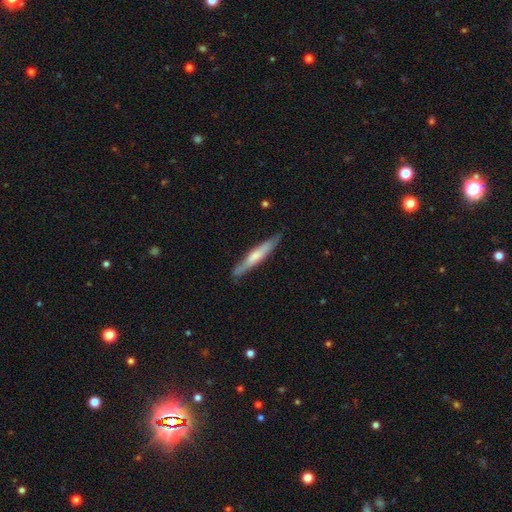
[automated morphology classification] A smooth galaxy with no disk features (51%) that is cigar-shaped (93%).

Vote fractions:
- Smooth or featured? smooth: 51% / featured or disk: 43% / star or artifact: 5%
- How rounded? cigar-shaped: 93% / in between: 6% / round: 1%
- Merging? none: 83% / minor disturbance: 13% / major disturbance: 2% / merger: 1%